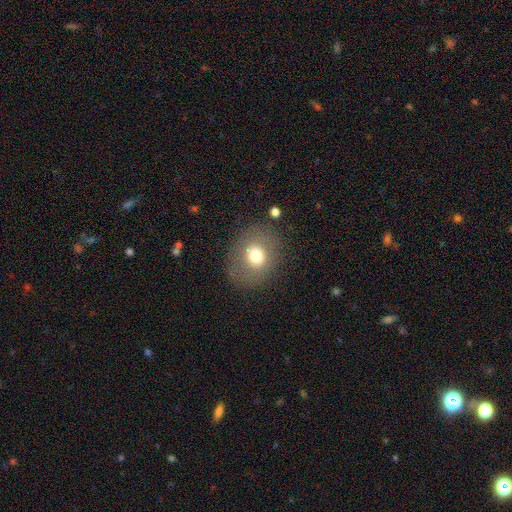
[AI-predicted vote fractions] Morphology: type=smooth (70%); roundness=round (62%); merging=none (80%).